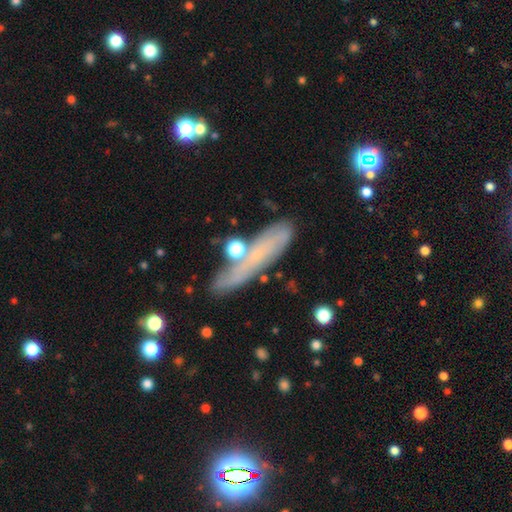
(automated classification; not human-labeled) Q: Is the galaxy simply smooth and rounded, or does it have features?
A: smooth — 48%.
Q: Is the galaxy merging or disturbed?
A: none — 67%.